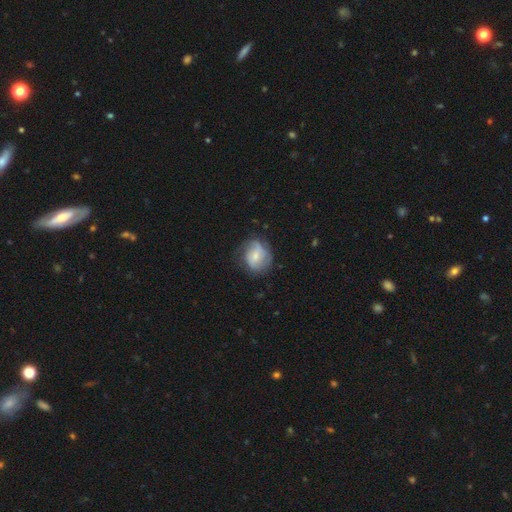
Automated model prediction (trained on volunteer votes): This is possibly a featured or disk galaxy (48%). Merging: likely none (60%).